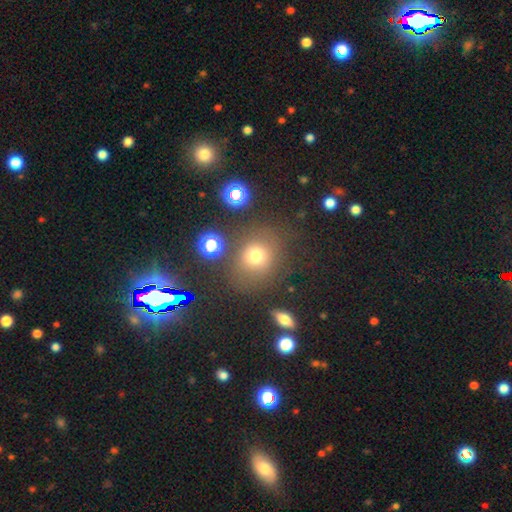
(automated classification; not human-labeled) smooth-or-featured: smooth: 70% | star or artifact: 19% | featured or disk: 11%
  how-rounded: round: 76% | in between: 23% | cigar-shaped: 1%
  merging: none: 72% | minor disturbance: 13% | major disturbance: 8% | merger: 6%